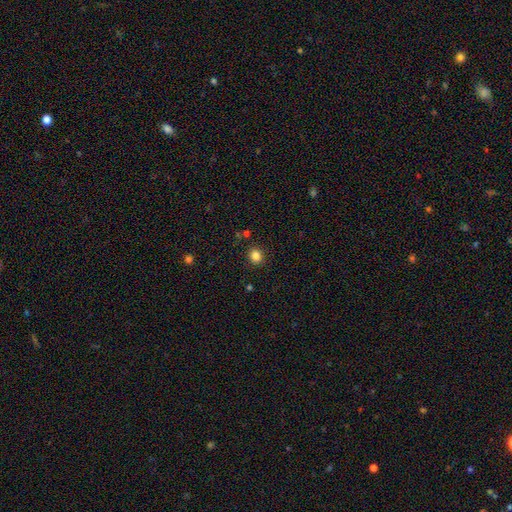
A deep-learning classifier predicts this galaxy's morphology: Overall: smooth (83%). How rounded: round (82%). Merging: none (89%).